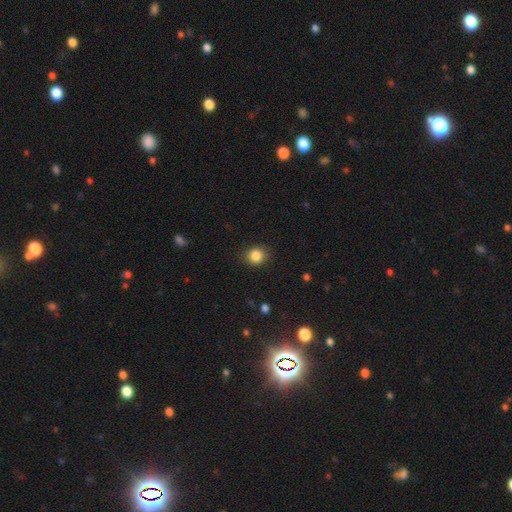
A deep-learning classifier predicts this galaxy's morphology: Overall: smooth (86%). How rounded: round (76%). Merging: none (86%).